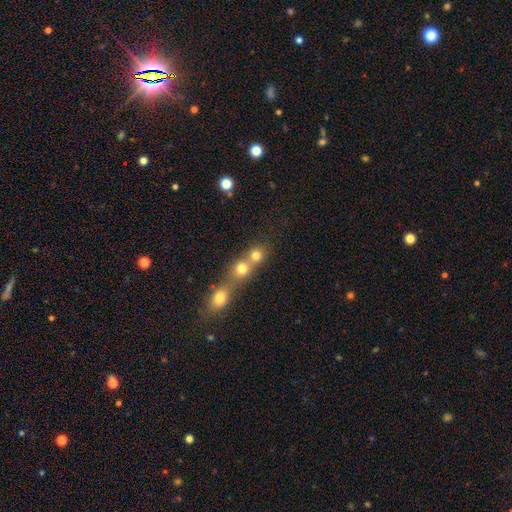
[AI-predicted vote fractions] Morphology: type=smooth (75%); roundness=round (83%); merging=merger (59%).